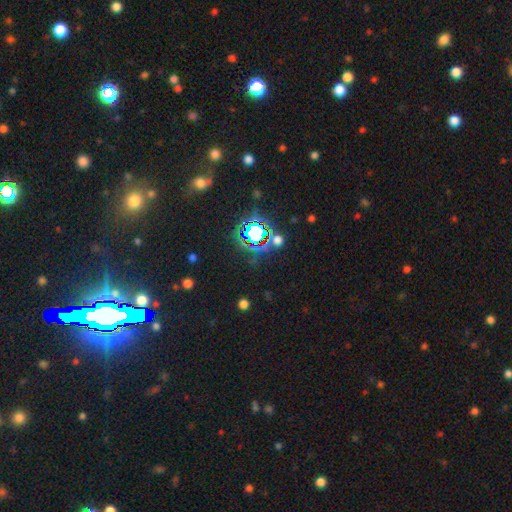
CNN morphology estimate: Smooth or featured?
  - star or artifact: 83% *
  - smooth: 9%
  - featured or disk: 8%